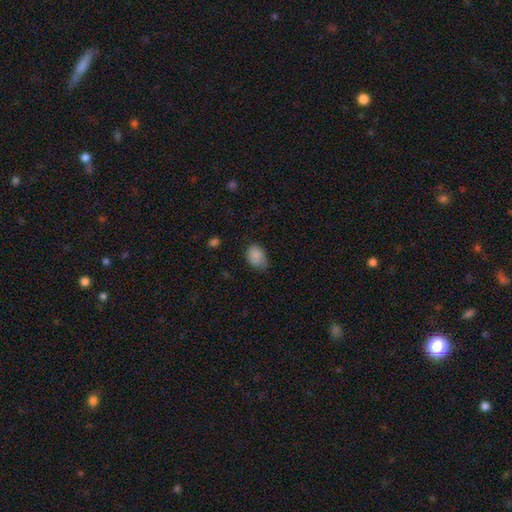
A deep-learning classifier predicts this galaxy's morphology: Smooth or featured?
  - smooth: 86% *
  - star or artifact: 8%
  - featured or disk: 6%
How rounded?
  - in between: 80% *
  - round: 19%
  - cigar-shaped: 1%
Merging?
  - none: 59% *
  - minor disturbance: 33%
  - major disturbance: 7%
  - merger: 1%